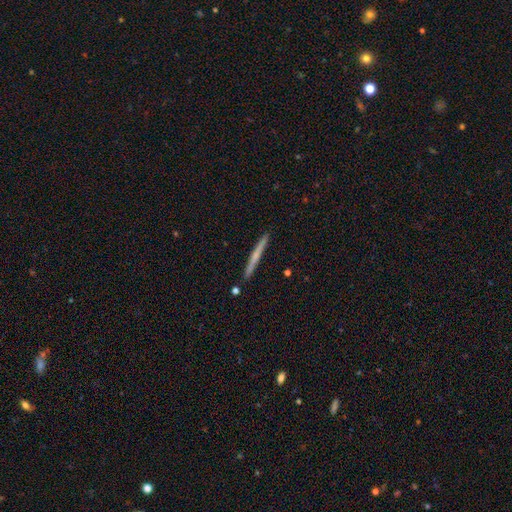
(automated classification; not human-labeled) Smooth or featured? smooth (49%)
Merging? none (91%)